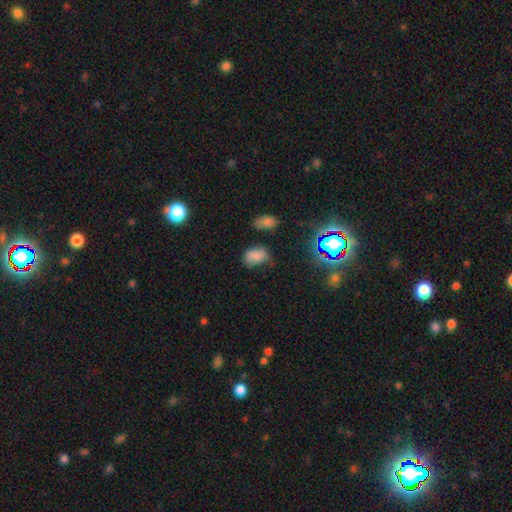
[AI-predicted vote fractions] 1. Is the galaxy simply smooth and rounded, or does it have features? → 75% smooth, 18% star or artifact, 7% featured or disk.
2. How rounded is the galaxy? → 85% in between, 14% round, 1% cigar-shaped.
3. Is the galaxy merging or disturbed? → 60% none, 28% minor disturbance, 8% major disturbance, 5% merger.